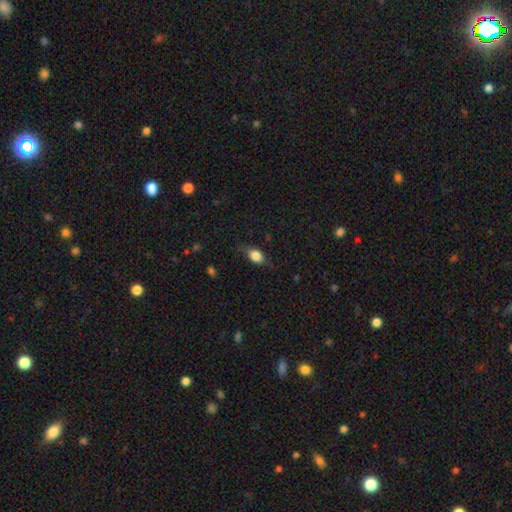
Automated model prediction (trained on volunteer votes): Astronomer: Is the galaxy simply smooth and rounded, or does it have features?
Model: smooth — 79%.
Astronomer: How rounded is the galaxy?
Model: in between — 78%.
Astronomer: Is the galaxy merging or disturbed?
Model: none — 68%.